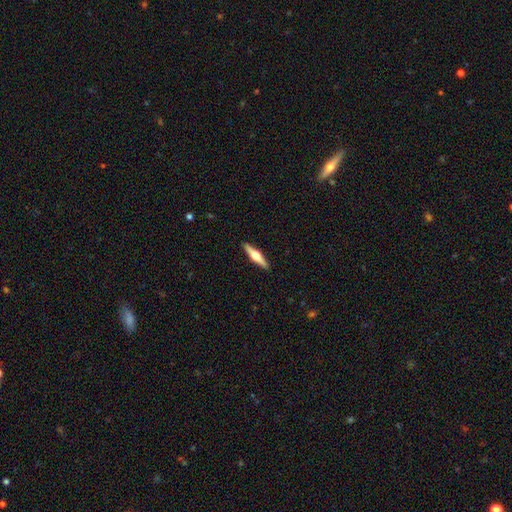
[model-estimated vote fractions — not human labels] Smooth or featured: featured or disk — 64% (smooth — 31%)
Edge-on disk: yes — 97% (no — 3%)
Edge-on bulge: rounded — 94% (boxy — 4%)
Merging: none — 92% (minor disturbance — 6%)